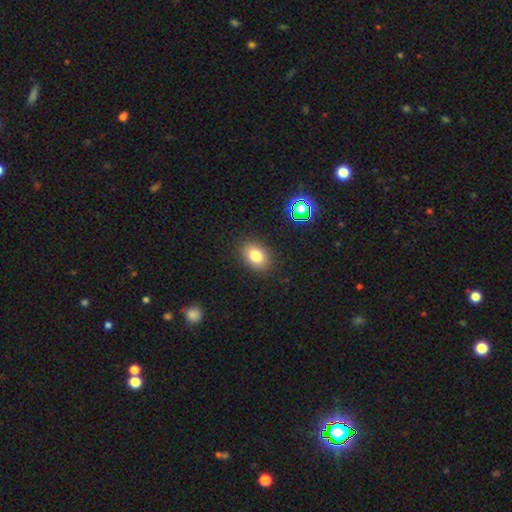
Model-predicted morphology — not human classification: Smooth or featured? smooth (80%)
How rounded? in between (74%)
Merging? none (87%)